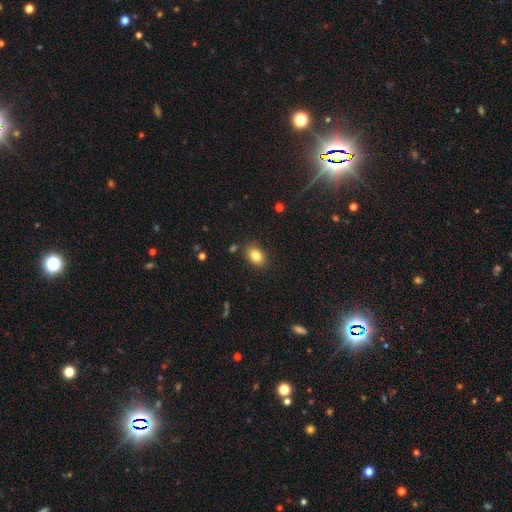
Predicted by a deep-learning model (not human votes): Overall: smooth (83%). How rounded: in between (76%). Merging: none (84%).